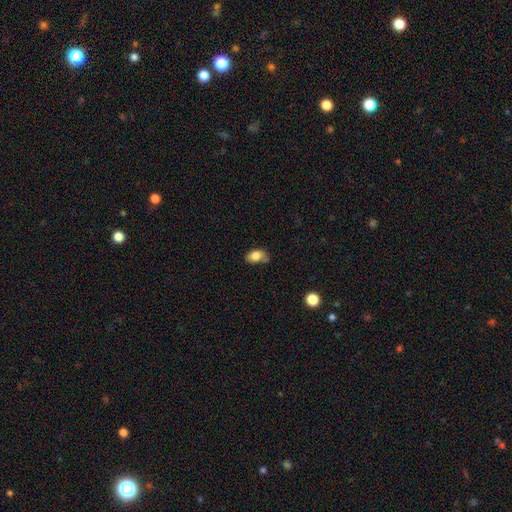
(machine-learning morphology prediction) A smooth galaxy with no disk features (81%) that is in between round and cigar-shaped (88%). Merging: none (63%).